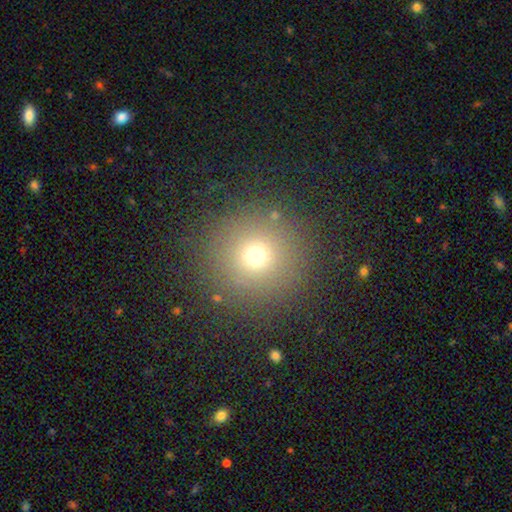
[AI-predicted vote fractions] Smooth or featured?
  - smooth: 69% *
  - star or artifact: 21%
  - featured or disk: 10%
How rounded?
  - round: 94% *
  - in between: 5%
  - cigar-shaped: 1%
Merging?
  - none: 87% *
  - minor disturbance: 7%
  - major disturbance: 4%
  - merger: 2%